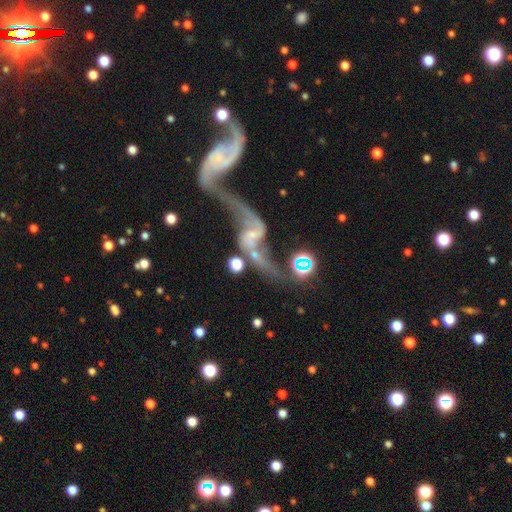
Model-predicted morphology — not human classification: Smooth or featured?
  - featured or disk: 80% *
  - smooth: 11%
  - star or artifact: 10%
Edge-on disk?
  - no: 94% *
  - yes: 6%
Bar?
  - no: 48% *
  - weak: 36%
  - strong: 16%
Spiral arms?
  - yes: 87% *
  - no: 13%
Spiral winding?
  - loose: 91% *
  - medium: 6%
  - tight: 3%
Spiral arm count?
  - 2: 90% *
  - 1: 4%
  - can't tell: 3%
  - 3: 1%
  - 4: 1%
  - more than 4: 1%
Bulge size?
  - small: 54% *
  - none: 24%
  - moderate: 17%
  - large: 3%
  - dominant: 2%
Merging?
  - merger: 58% *
  - none: 18%
  - major disturbance: 16%
  - minor disturbance: 8%